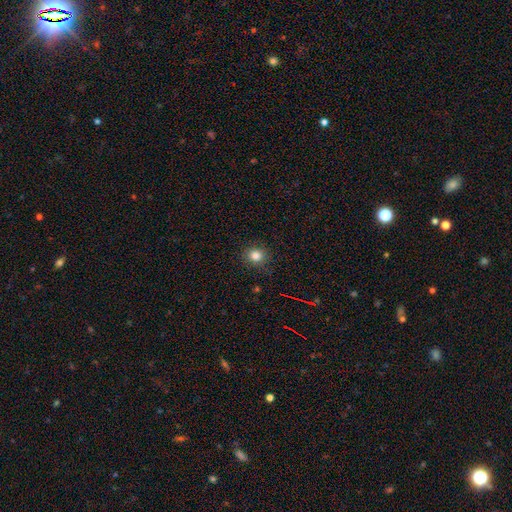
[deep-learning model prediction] Smooth or featured? smooth (82%)
How rounded? round (80%)
Merging? none (86%)